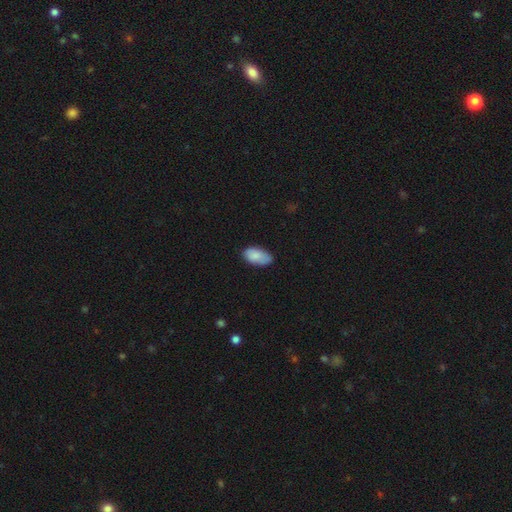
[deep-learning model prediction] Morphology: type=smooth (83%); roundness=in between (94%); merging=none (70%).